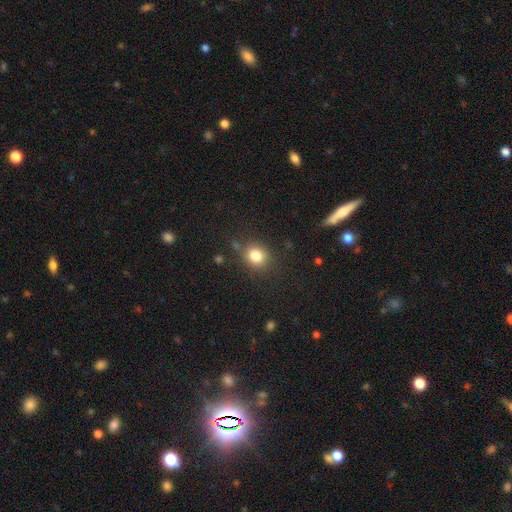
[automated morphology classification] smooth_or_featured: smooth (p=0.82) [alt: star or artifact p=0.12]
how_rounded: round (p=0.68) [alt: in between p=0.31]
merging: none (p=0.76) [alt: minor disturbance p=0.15]